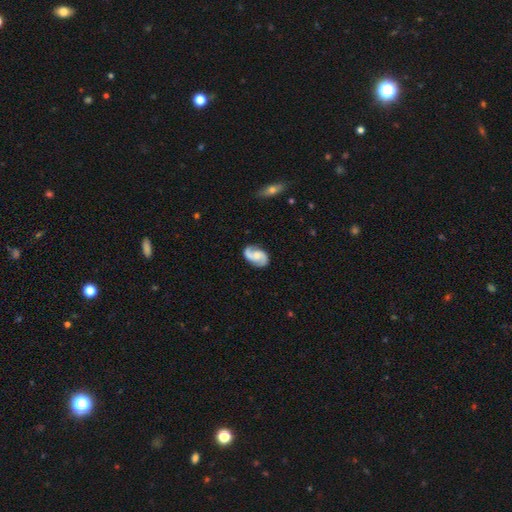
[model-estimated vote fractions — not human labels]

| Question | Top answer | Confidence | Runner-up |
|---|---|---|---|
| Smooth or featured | featured or disk | 84% | smooth (11%) |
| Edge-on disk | no | 98% | yes (2%) |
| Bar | no | 57% | weak (36%) |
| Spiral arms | yes | 97% | no (3%) |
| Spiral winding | medium | 49% | loose (32%) |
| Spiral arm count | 2 | 92% | can't tell (3%) |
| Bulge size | moderate | 40% | small (35%) |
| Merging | none | 78% | minor disturbance (15%) |